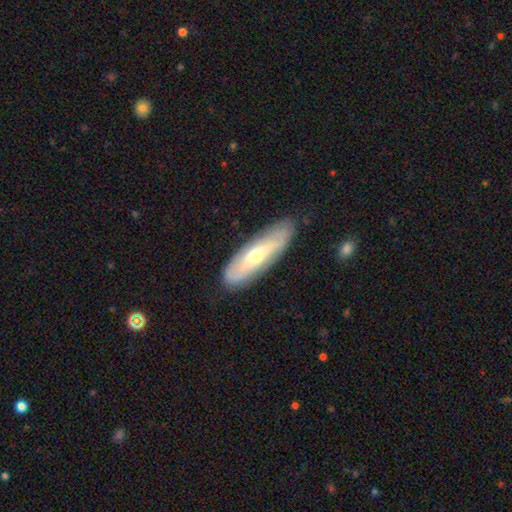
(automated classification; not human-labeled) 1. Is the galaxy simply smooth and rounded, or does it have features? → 55% featured or disk, 39% smooth, 6% star or artifact.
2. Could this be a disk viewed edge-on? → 64% no, 36% yes.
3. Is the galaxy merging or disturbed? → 82% none, 13% minor disturbance, 3% major disturbance, 1% merger.